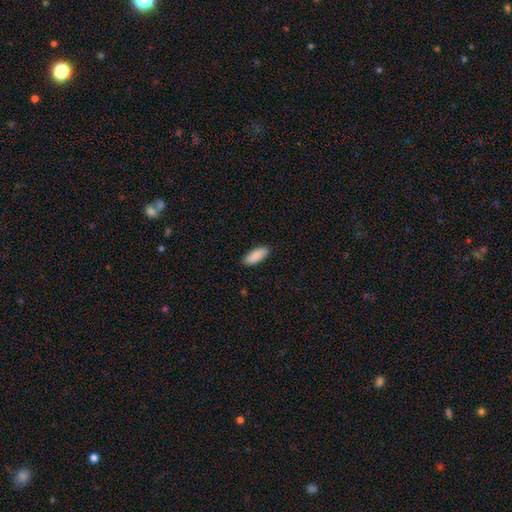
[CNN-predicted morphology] Smooth or featured? Predicted: smooth (p=0.89). How rounded? Predicted: in between (p=0.77). Merging? Predicted: none (p=0.89).